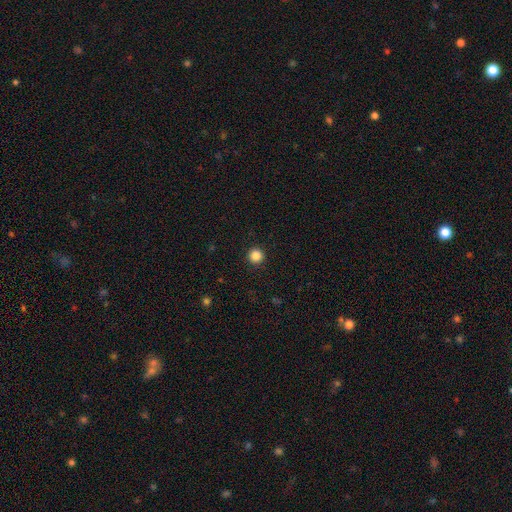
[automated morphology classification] Smooth or featured? Predicted: smooth (p=0.86). How rounded? Predicted: round (p=0.96). Merging? Predicted: none (p=0.93).